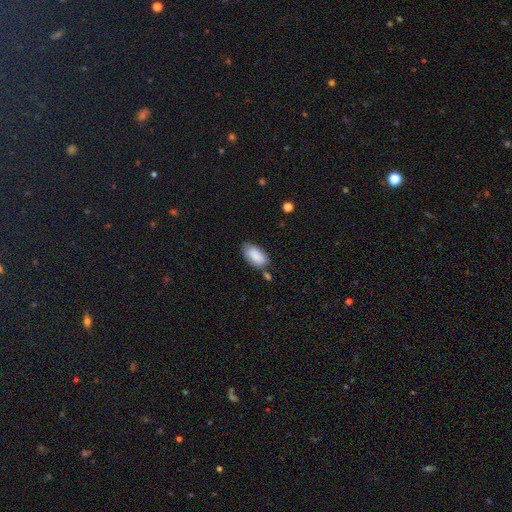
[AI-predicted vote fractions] This appears to be a smooth galaxy with no disk features (87%) that is in between round and cigar-shaped (94%). Merging: none (67%).